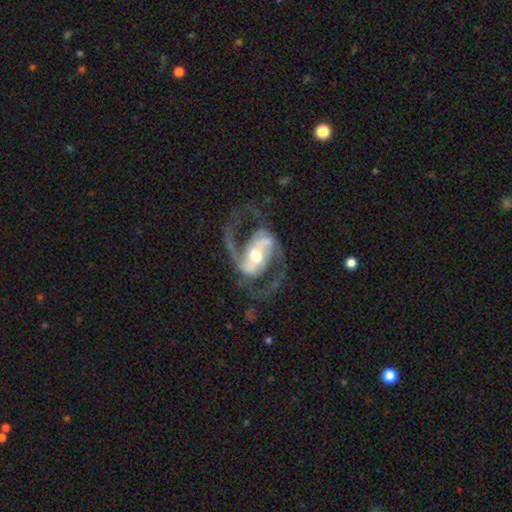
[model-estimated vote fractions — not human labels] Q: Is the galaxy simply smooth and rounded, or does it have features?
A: featured or disk — 91%.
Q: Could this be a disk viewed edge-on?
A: no — 98%.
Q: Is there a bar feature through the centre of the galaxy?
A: strong — 42%.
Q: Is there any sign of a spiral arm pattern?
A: yes — 97%.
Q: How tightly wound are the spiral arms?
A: medium — 57%.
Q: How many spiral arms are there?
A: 2 — 92%.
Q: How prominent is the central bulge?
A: moderate — 63%.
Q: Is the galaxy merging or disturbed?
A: none — 67%.